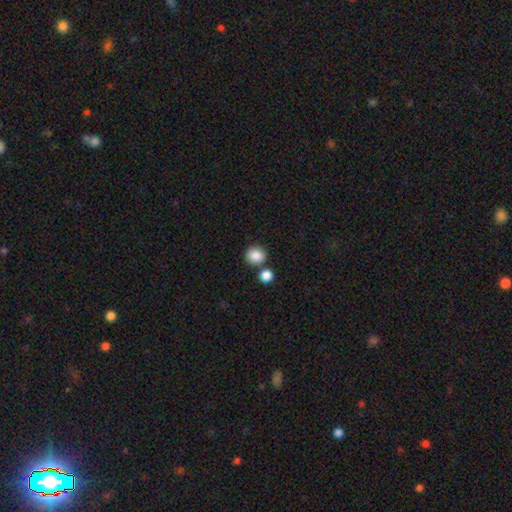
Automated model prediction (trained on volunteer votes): smooth_or_featured: smooth (p=0.86) [alt: star or artifact p=0.09]
how_rounded: round (p=0.84) [alt: in between p=0.15]
merging: none (p=0.71) [alt: merger p=0.16]